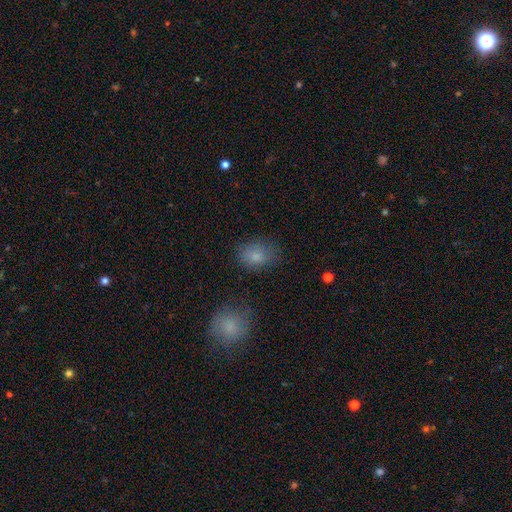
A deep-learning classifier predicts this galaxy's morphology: This is clearly a smooth galaxy (81%). How rounded: likely in between (65%). Merging: likely none (76%).